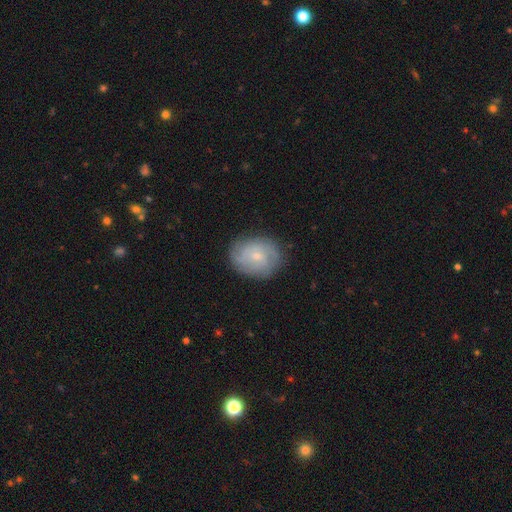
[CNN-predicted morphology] smooth-or-featured: featured or disk: 58% | smooth: 35% | star or artifact: 7%
  disk-edge-on: no: 97% | yes: 3%
    bar: no: 70% | weak: 27% | strong: 3%
    has-spiral-arms: yes: 86% | no: 14%
    bulge-size: small: 67% | moderate: 28% | none: 3% | large: 1% | dominant: 1%
  merging: none: 79% | minor disturbance: 15% | major disturbance: 4% | merger: 1%